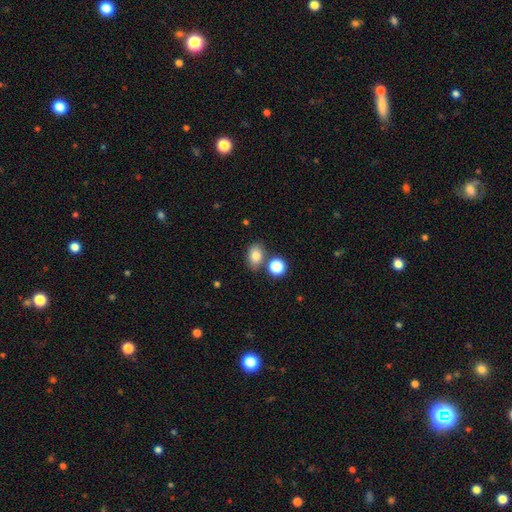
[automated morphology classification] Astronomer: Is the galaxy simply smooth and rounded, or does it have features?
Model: smooth — 81%.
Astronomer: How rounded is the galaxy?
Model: in between — 73%.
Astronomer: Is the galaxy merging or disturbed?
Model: none — 71%.